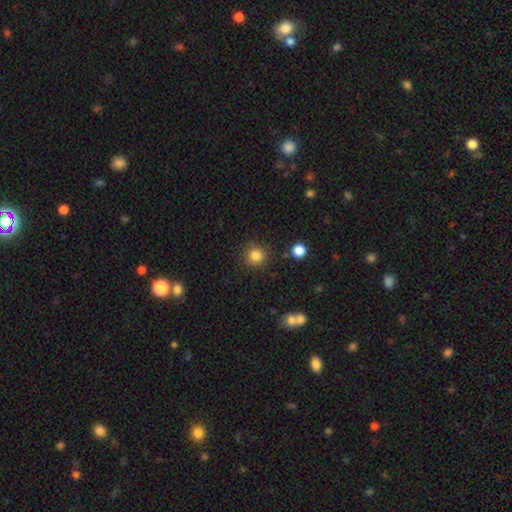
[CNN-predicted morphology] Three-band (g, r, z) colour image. It shows a smooth galaxy with no disk features (83%) that is round (93%). Merging: none (87%).